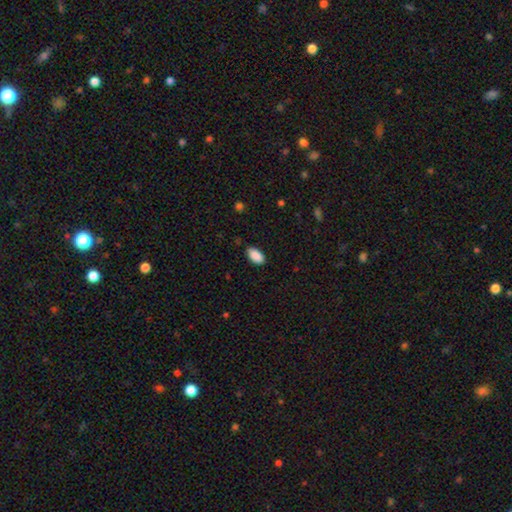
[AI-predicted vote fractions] Smooth or featured: smooth — 90% (star or artifact — 7%)
How rounded: in between — 94% (round — 3%)
Merging: none — 83% (minor disturbance — 13%)